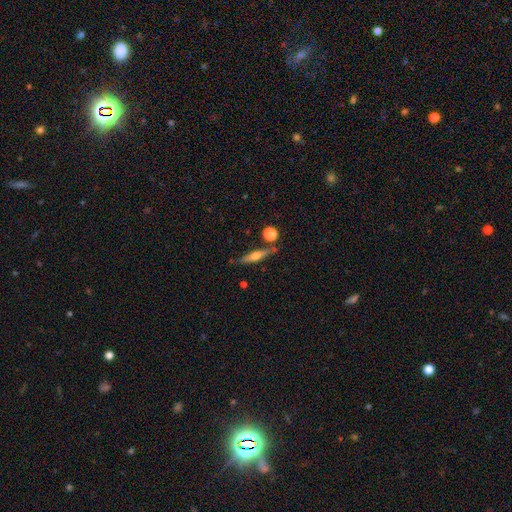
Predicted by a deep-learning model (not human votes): Smooth or featured? Predicted: featured or disk (p=0.57). Edge-on disk? Predicted: yes (p=0.94). Edge-on bulge? Predicted: rounded (p=0.88). Merging? Predicted: none (p=0.76).